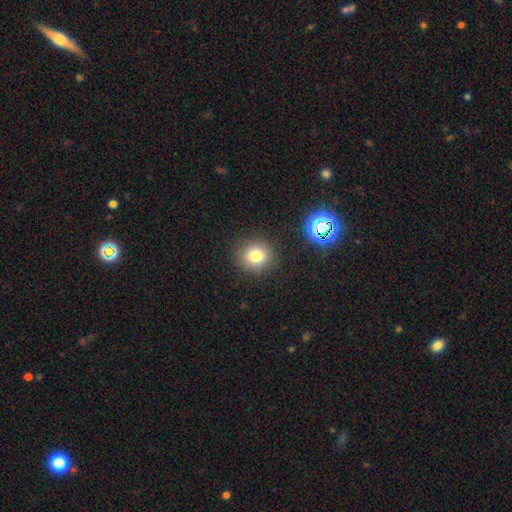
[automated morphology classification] A smooth galaxy with no disk features (77%) that is round (84%). Merging: none (88%).